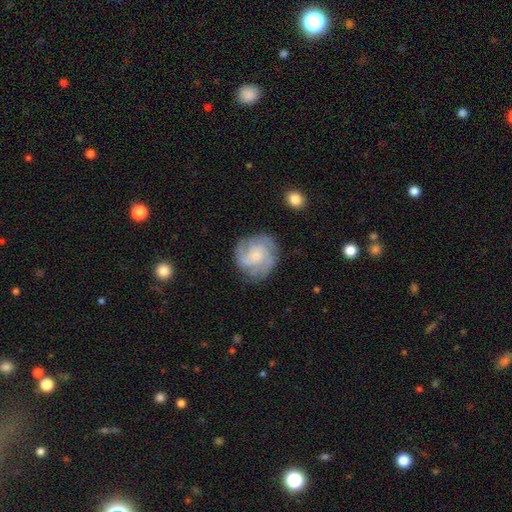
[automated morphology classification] A featured or disk galaxy (77%) with no bar (74%), 3 (34%) tight (56%) spiral arms (95%) and a small central bulge (65%). Merging: none (77%).